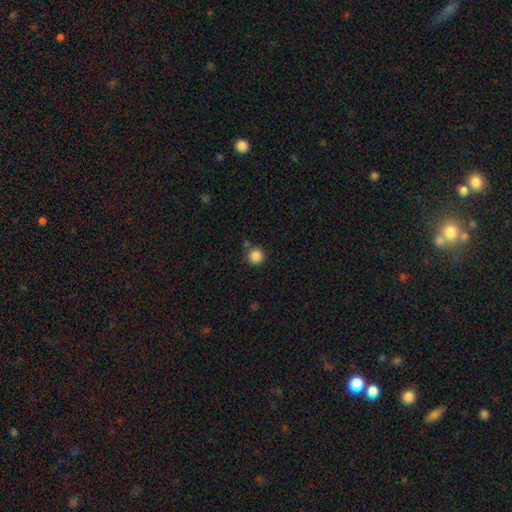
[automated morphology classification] The model was most divided on "merging": none: 82%, minor disturbance: 10%, merger: 6%, major disturbance: 3%. More confident: how rounded — round (95%); smooth or featured — smooth (86%).